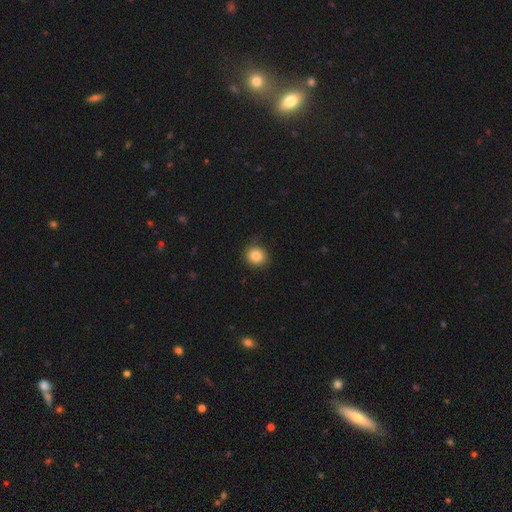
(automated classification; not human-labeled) smooth_or_featured: smooth (p=0.86) [alt: star or artifact p=0.09]
how_rounded: round (p=0.79) [alt: in between p=0.20]
merging: none (p=0.79) [alt: minor disturbance p=0.16]